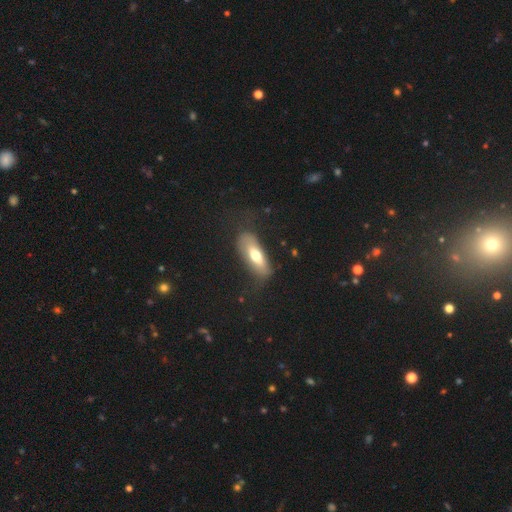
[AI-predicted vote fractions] Overall: smooth (59%; featured or disk 35%). How rounded: in between (71%). Merging: none (64%).